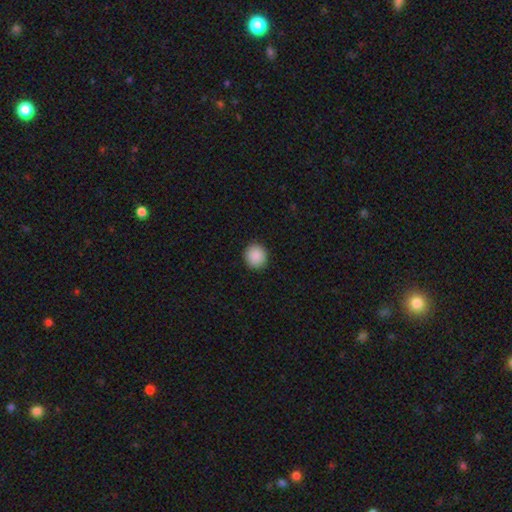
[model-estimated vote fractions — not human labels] Smooth or featured? Predicted: smooth (p=0.90). How rounded? Predicted: round (p=0.89). Merging? Predicted: none (p=0.92).